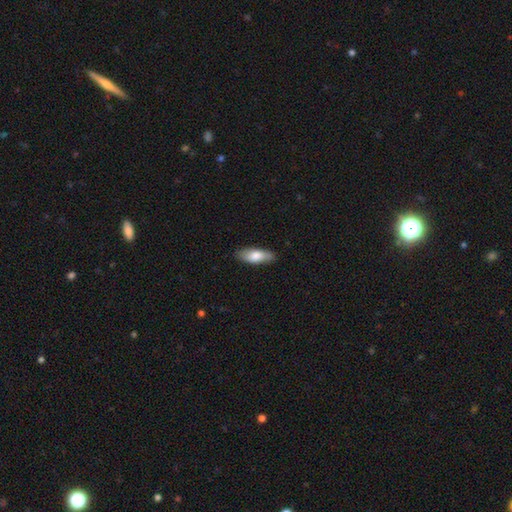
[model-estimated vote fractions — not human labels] Smooth or featured? smooth (76%)
How rounded? in between (69%)
Merging? none (84%)